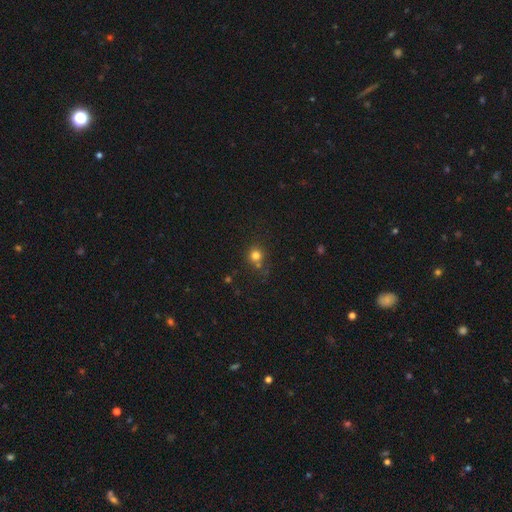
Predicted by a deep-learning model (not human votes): The model was most divided on "merging": none: 64%, merger: 19%, minor disturbance: 12%, major disturbance: 5%. More confident: how rounded — round (89%); smooth or featured — smooth (78%).